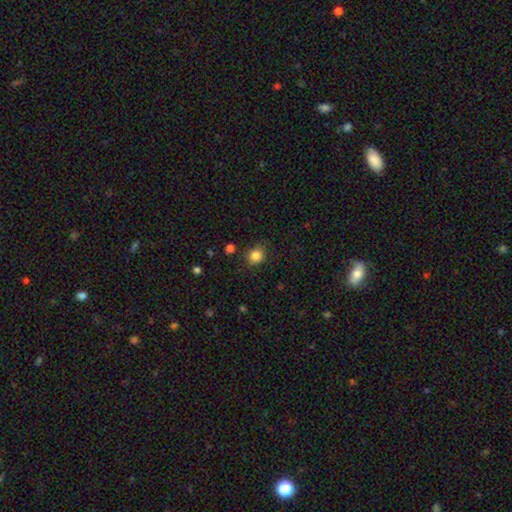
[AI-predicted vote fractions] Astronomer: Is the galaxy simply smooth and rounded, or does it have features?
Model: smooth — 84%.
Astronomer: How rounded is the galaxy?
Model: round — 77%.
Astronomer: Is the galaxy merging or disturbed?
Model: none — 82%.